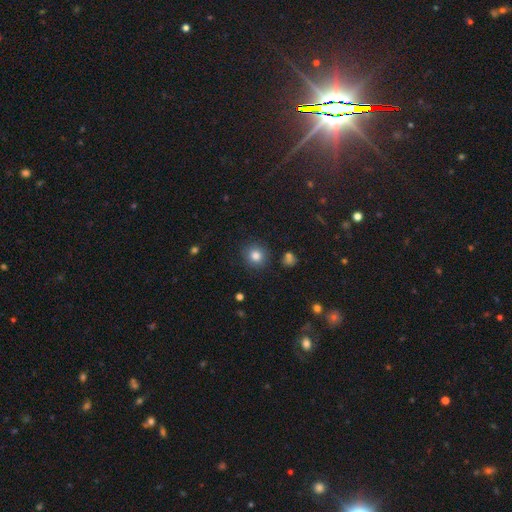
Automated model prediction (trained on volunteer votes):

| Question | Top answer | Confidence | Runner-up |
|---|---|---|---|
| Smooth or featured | smooth | 82% | star or artifact (12%) |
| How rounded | round | 89% | in between (10%) |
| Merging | none | 88% | minor disturbance (8%) |